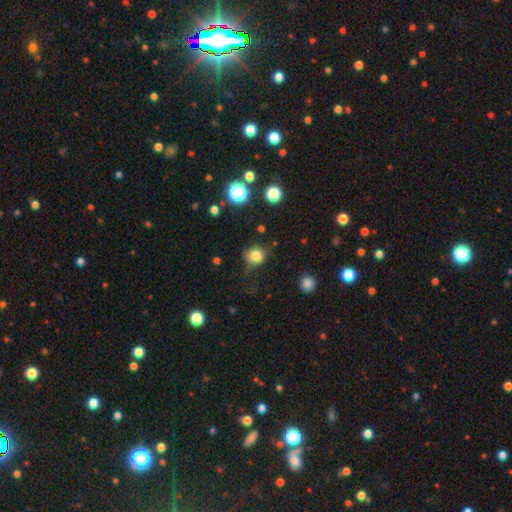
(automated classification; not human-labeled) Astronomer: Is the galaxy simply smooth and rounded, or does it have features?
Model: smooth — 81%.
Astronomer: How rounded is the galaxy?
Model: round — 78%.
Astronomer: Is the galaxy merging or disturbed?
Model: none — 69%.